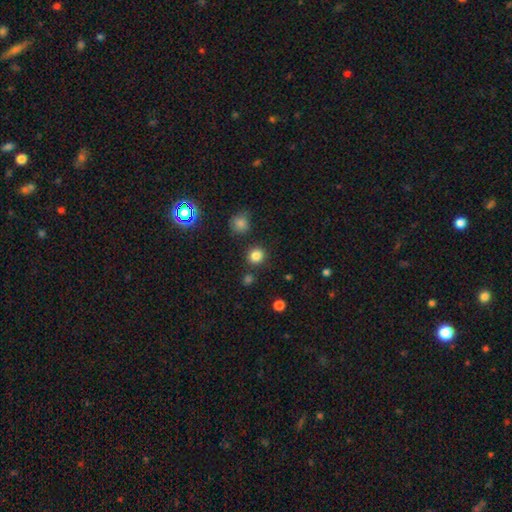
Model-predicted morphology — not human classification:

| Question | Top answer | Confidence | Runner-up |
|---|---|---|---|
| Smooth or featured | smooth | 82% | star or artifact (14%) |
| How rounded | round | 91% | in between (9%) |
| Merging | none | 86% | minor disturbance (6%) |